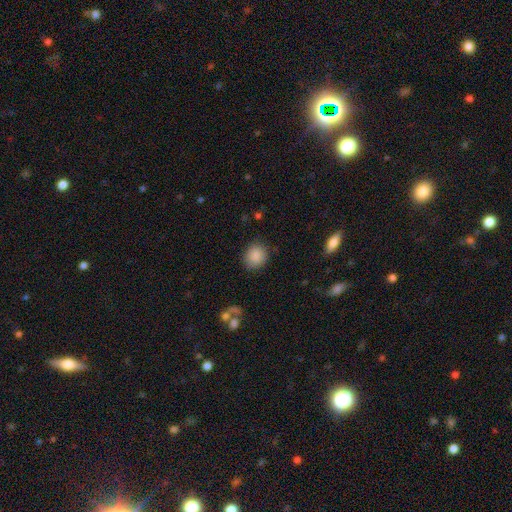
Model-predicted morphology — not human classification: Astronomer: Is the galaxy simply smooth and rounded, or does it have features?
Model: smooth — 87%.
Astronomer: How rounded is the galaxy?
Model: round — 74%.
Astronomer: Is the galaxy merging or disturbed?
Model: none — 86%.